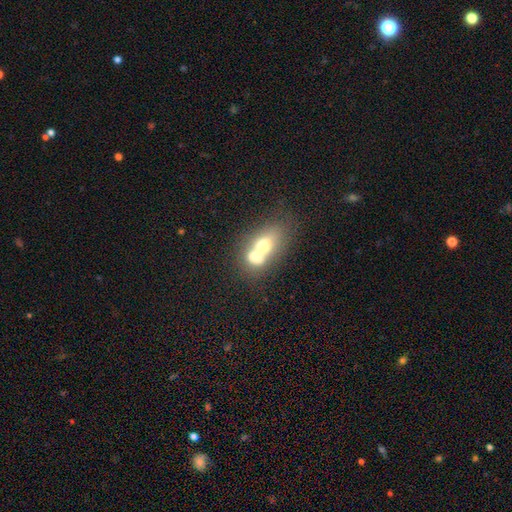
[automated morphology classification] A smooth galaxy with no disk features (62%) that is in between round and cigar-shaped (63%).

Vote fractions:
- Smooth or featured? smooth: 62% / featured or disk: 28% / star or artifact: 10%
- How rounded? in between: 63% / round: 35% / cigar-shaped: 3%
- Merging? merger: 75% / none: 15% / minor disturbance: 5% / major disturbance: 4%